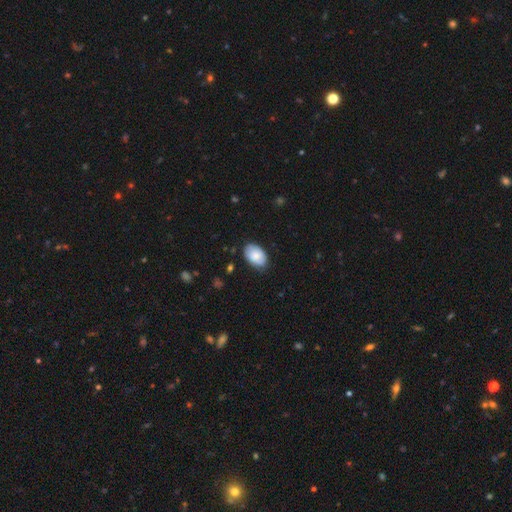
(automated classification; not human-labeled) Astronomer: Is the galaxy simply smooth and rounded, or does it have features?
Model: smooth — 77%.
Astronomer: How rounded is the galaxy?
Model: in between — 89%.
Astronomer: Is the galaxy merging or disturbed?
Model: none — 75%.